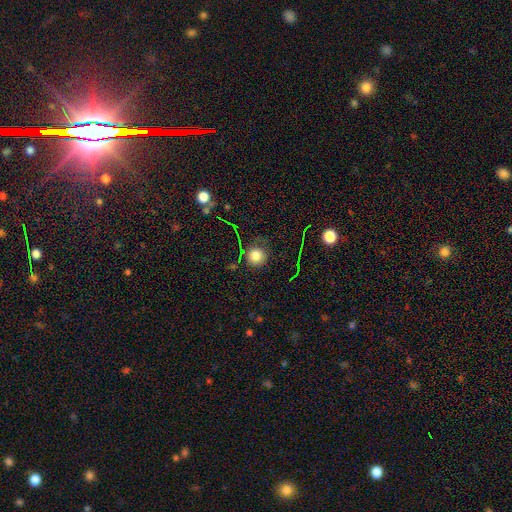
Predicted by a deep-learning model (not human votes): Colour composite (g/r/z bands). It shows a smooth galaxy with no disk features (77%) that is round (91%). Merging: none (76%).